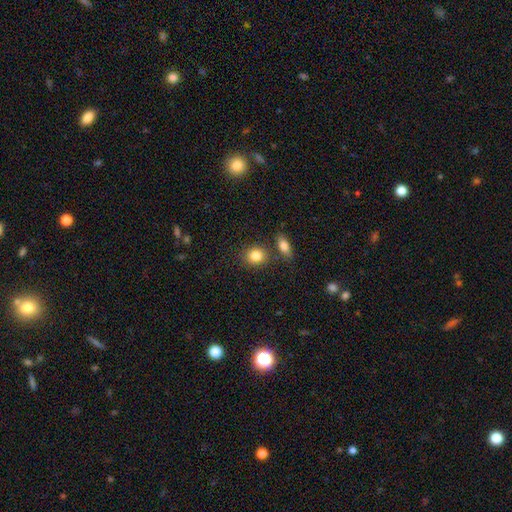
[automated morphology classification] smooth 84%, star or artifact 9%, featured or disk 7%. Down the decision tree: how rounded — round (66%); merging — none (75%).